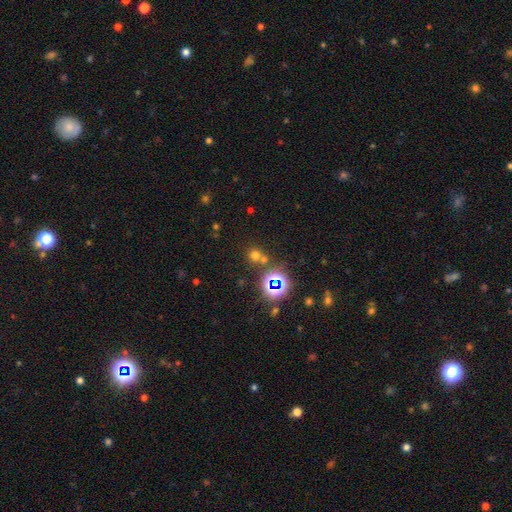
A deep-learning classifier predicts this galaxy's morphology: Smooth or featured? smooth (56%)
How rounded? round (84%)
Merging? none (64%)